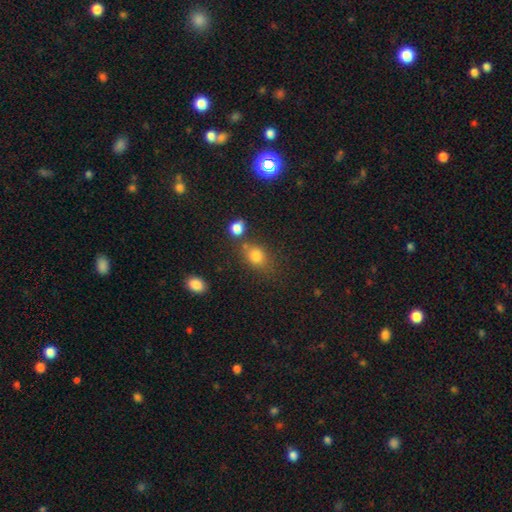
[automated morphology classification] type=smooth (79%); roundness=in between (54%); merging=none (59%).